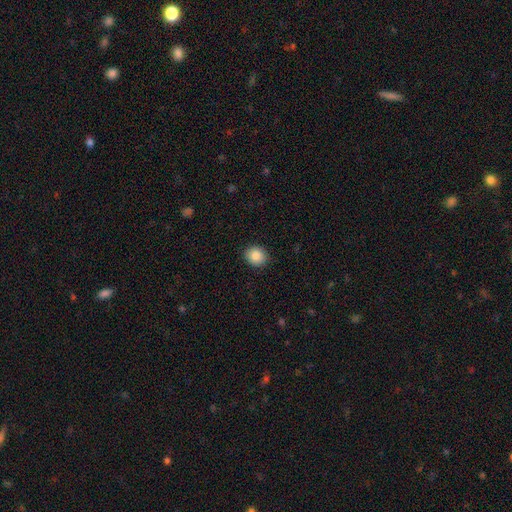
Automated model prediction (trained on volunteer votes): The model was most divided on "how rounded": round: 78%, in between: 21%, cigar-shaped: 1%. More confident: merging — none (90%); smooth or featured — smooth (87%).